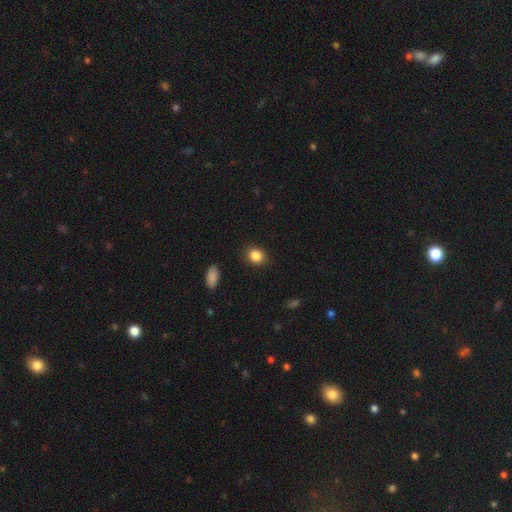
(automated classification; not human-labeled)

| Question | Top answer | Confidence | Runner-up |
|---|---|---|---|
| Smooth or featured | smooth | 86% | star or artifact (9%) |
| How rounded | round | 59% | in between (40%) |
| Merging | none | 88% | minor disturbance (8%) |